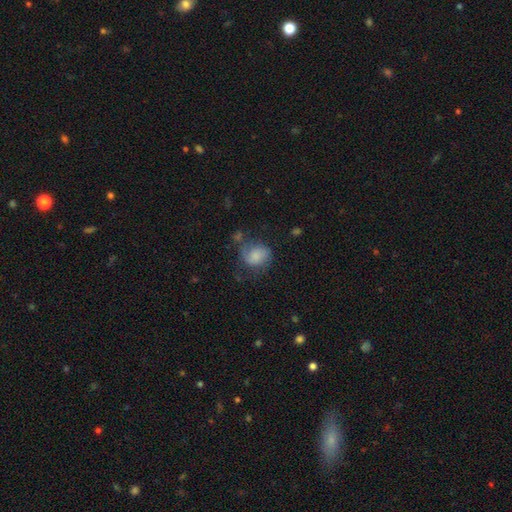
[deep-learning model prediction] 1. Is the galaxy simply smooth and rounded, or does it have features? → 63% smooth, 28% featured or disk, 9% star or artifact.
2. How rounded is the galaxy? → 59% round, 40% in between, 1% cigar-shaped.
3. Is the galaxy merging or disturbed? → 44% none, 28% minor disturbance, 22% major disturbance, 7% merger.